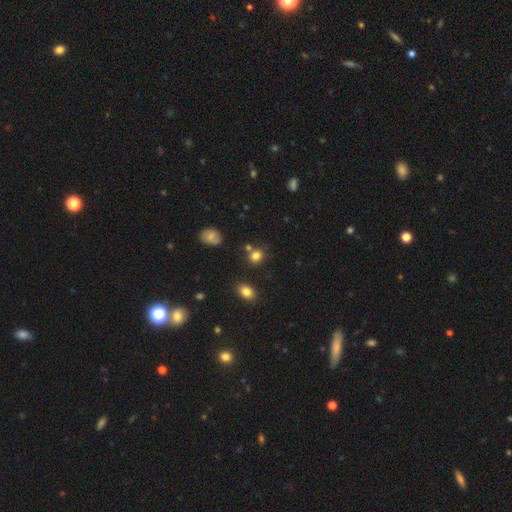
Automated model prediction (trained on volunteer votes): The model was most divided on "how rounded": round: 77%, in between: 22%, cigar-shaped: 1%. More confident: smooth or featured — smooth (80%); merging — none (71%).